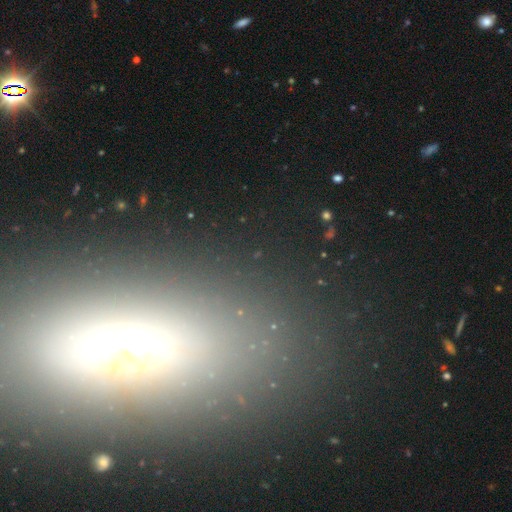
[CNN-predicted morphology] smooth-or-featured: smooth: 44% | star or artifact: 32% | featured or disk: 23%
  merging: none: 81% | minor disturbance: 10% | major disturbance: 6% | merger: 4%